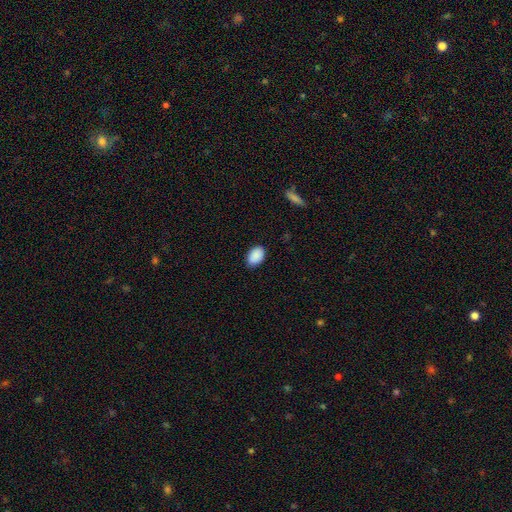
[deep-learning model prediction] Overall: smooth (90%). How rounded: in between (86%). Merging: none (86%).